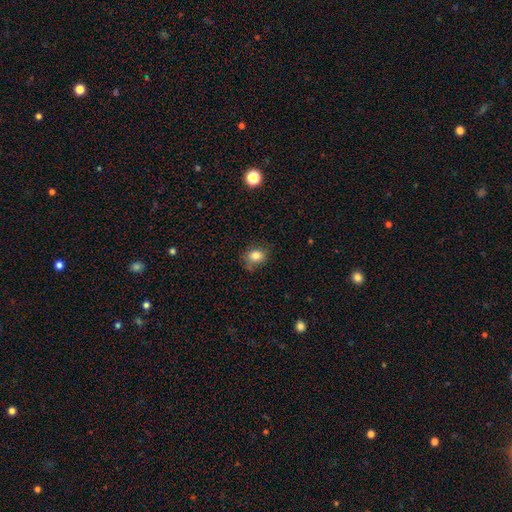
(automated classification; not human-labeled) A smooth galaxy with no disk features (81%) that is in between round and cigar-shaped (51%). Merging: none (72%).